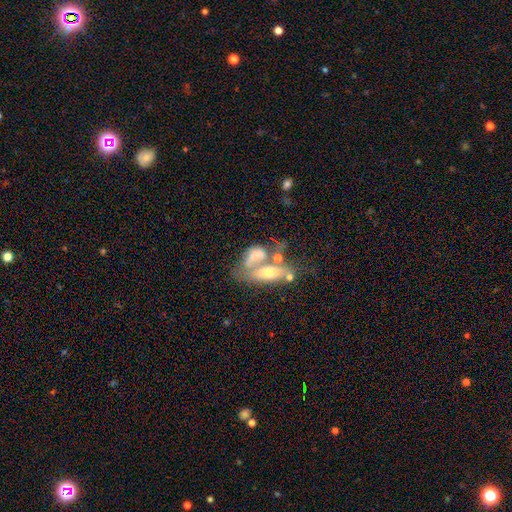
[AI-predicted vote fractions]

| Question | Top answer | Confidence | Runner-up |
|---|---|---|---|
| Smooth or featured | smooth | 47% | featured or disk (43%) |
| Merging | merger | 61% | none (15%) |